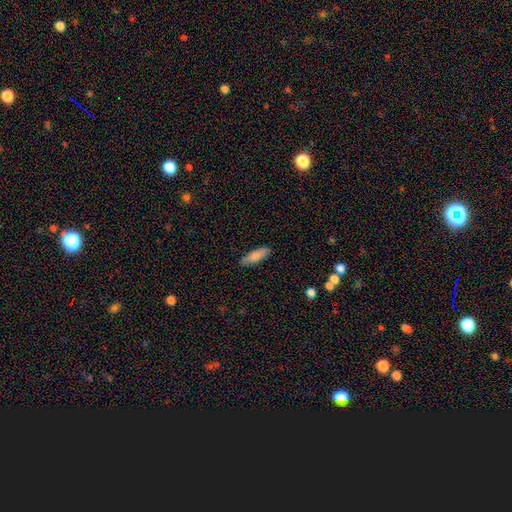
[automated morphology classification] A smooth galaxy with no disk features (83%) that is cigar-shaped (49%, tied with in between).

Vote fractions:
- Smooth or featured? smooth: 83% / featured or disk: 11% / star or artifact: 6%
- How rounded? cigar-shaped: 49% (tied) / in between: 49% (tied) / round: 2%
- Merging? none: 88% / minor disturbance: 9% / major disturbance: 2% / merger: 1%